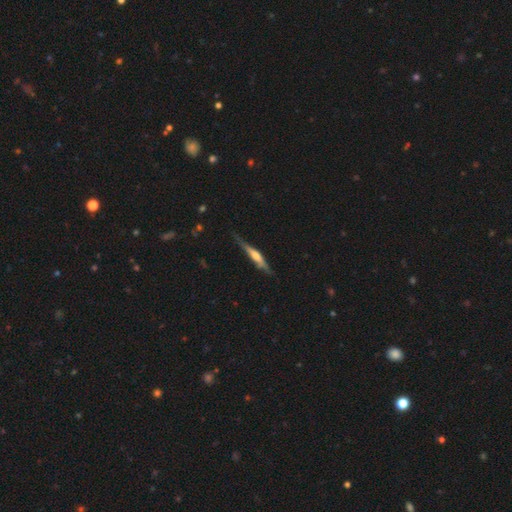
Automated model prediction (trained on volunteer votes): featured or disk 59%, smooth 35%, star or artifact 6%. Down the decision tree: edge-on disk — yes (93%); edge-on bulge — rounded (56%); merging — none (65%).